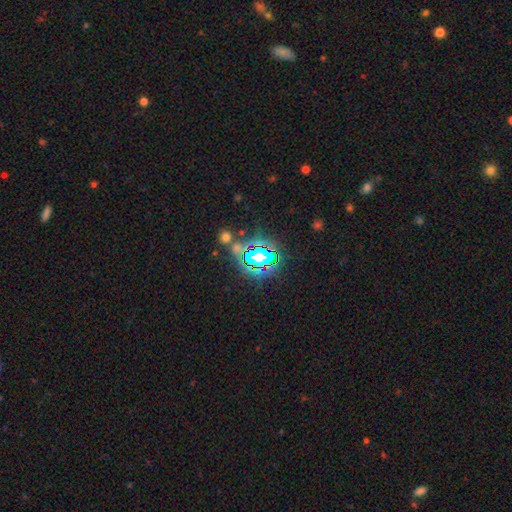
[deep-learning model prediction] Smooth or featured? Predicted: star or artifact (p=0.69).